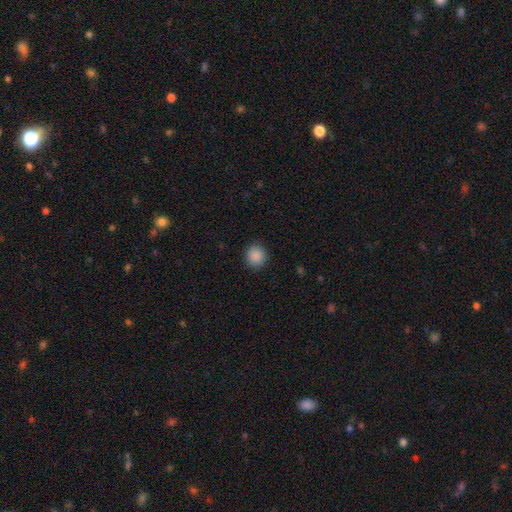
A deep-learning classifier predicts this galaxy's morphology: Smooth or featured? smooth (89%)
How rounded? round (92%)
Merging? none (90%)